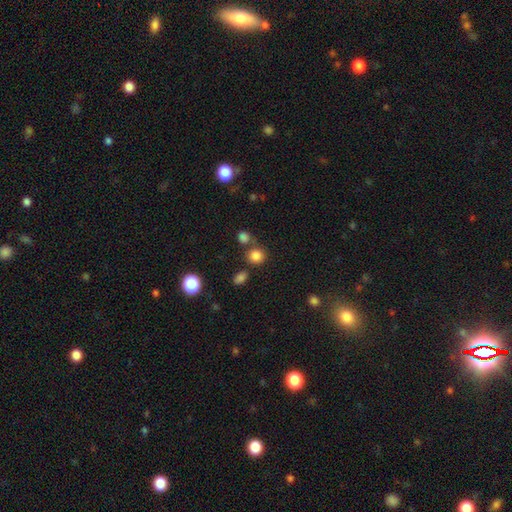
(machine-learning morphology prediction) smooth-or-featured: smooth: 82% | star or artifact: 13% | featured or disk: 5%
  how-rounded: round: 82% | in between: 17% | cigar-shaped: 1%
  merging: none: 67% | merger: 19% | minor disturbance: 10% | major disturbance: 4%